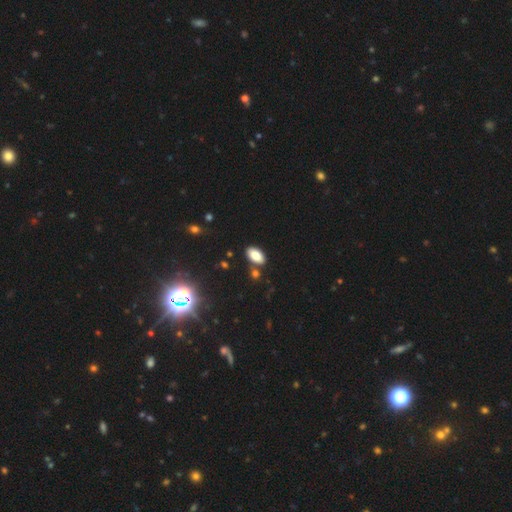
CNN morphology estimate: Smooth or featured?
  - smooth: 81% *
  - star or artifact: 10%
  - featured or disk: 9%
How rounded?
  - in between: 93% *
  - round: 3%
  - cigar-shaped: 3%
Merging?
  - none: 81% *
  - minor disturbance: 10%
  - merger: 6%
  - major disturbance: 2%